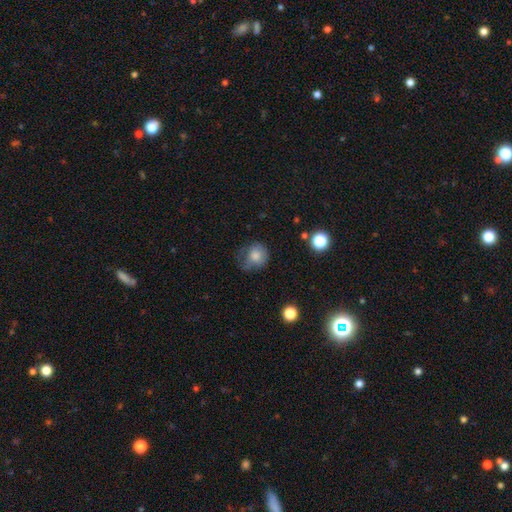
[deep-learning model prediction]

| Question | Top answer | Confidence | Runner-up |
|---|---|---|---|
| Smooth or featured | smooth | 76% | featured or disk (14%) |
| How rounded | round | 74% | in between (25%) |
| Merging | none | 43% | minor disturbance (34%) |